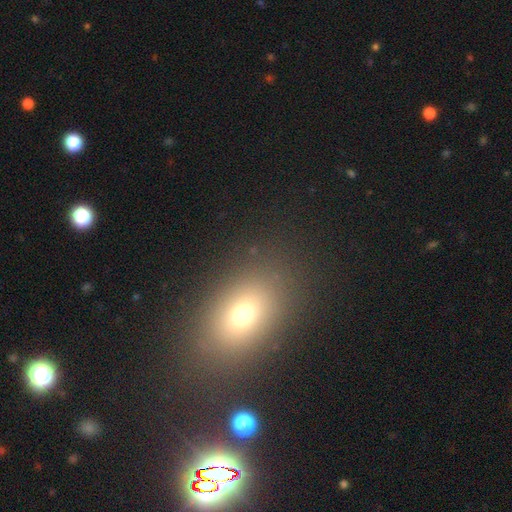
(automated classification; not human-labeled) Q: Smooth or featured?
A: smooth (60%); runner-up: star or artifact (27%)
Q: How rounded?
A: in between (70%); runner-up: round (27%)
Q: Merging?
A: none (85%); runner-up: minor disturbance (8%)